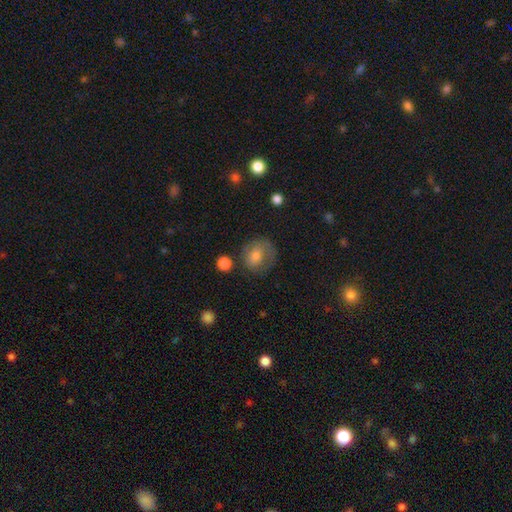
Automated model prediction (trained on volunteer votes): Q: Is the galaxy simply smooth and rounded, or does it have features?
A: smooth — 66%.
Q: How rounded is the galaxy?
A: round — 68%.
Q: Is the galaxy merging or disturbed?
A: none — 61%.